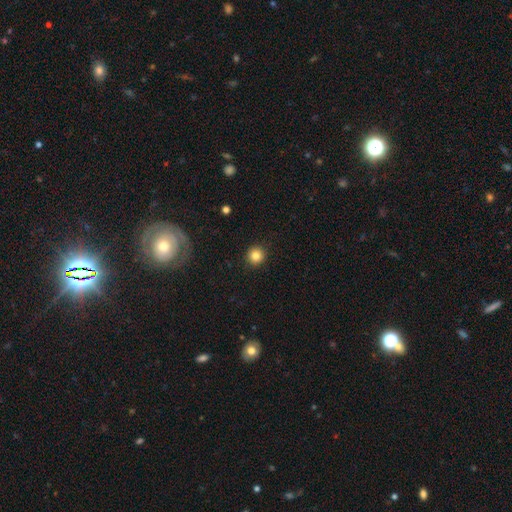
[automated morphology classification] The model was most divided on "smooth or featured": smooth: 83%, star or artifact: 11%, featured or disk: 6%. More confident: how rounded — round (92%); merging — none (92%).